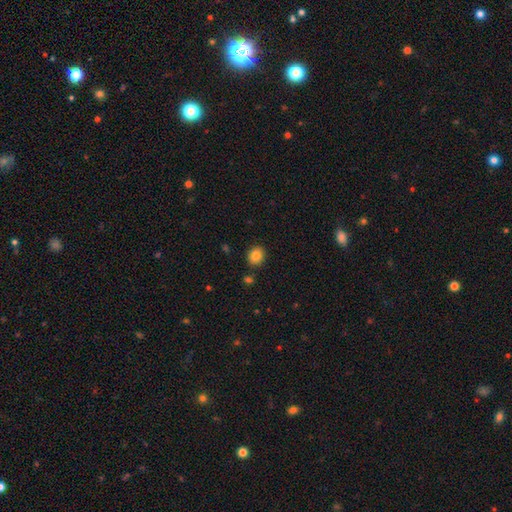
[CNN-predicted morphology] The model was most divided on "how rounded": round: 67%, in between: 32%, cigar-shaped: 1%. More confident: merging — none (85%); smooth or featured — smooth (85%).